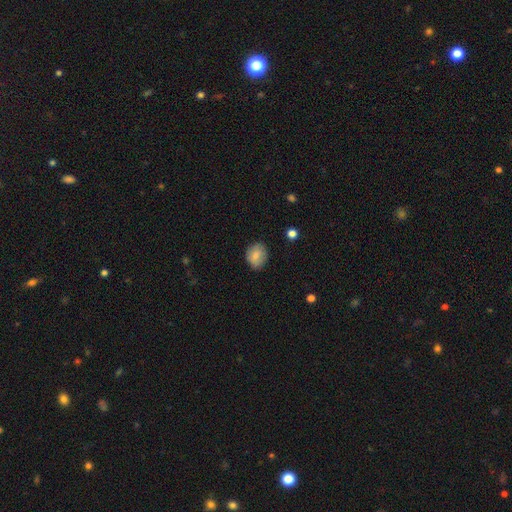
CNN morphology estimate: A smooth galaxy with no disk features (84%) that is round (50%).

Vote fractions:
- Smooth or featured? smooth: 84% / featured or disk: 9% / star or artifact: 7%
- How rounded? round: 50% / in between: 49% / cigar-shaped: 1%
- Merging? none: 80% / minor disturbance: 16% / major disturbance: 3% / merger: 1%